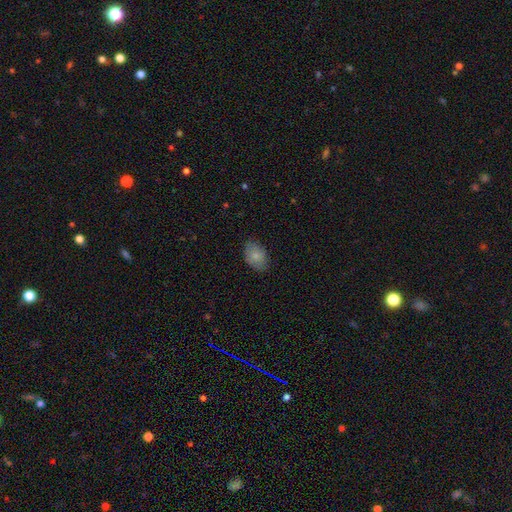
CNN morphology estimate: This appears to be a smooth galaxy with no disk features (83%) that is in between round and cigar-shaped (85%). Merging: none (79%).